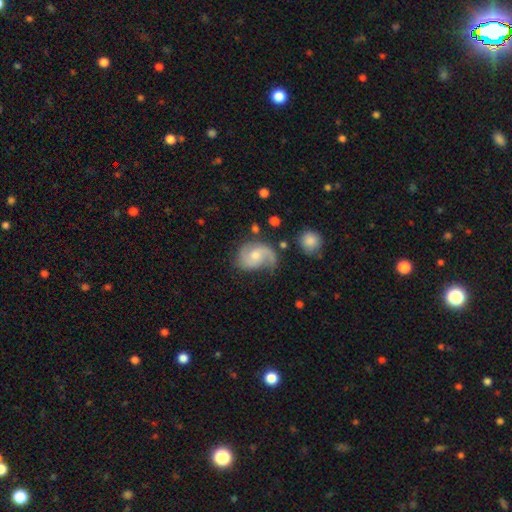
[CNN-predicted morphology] Smooth or featured?
  - featured or disk: 74% *
  - smooth: 19%
  - star or artifact: 7%
Edge-on disk?
  - no: 97% *
  - yes: 3%
Bar?
  - no: 61% *
  - weak: 34%
  - strong: 5%
Spiral arms?
  - yes: 93% *
  - no: 7%
Spiral winding?
  - medium: 46% *
  - loose: 35%
  - tight: 19%
Spiral arm count?
  - 2: 70% *
  - 1: 16%
  - can't tell: 8%
  - 3: 4%
  - 4: 1%
  - more than 4: 1%
Bulge size?
  - moderate: 58% *
  - small: 34%
  - large: 4%
  - none: 3%
  - dominant: 1%
Merging?
  - none: 51% *
  - minor disturbance: 27%
  - major disturbance: 17%
  - merger: 4%